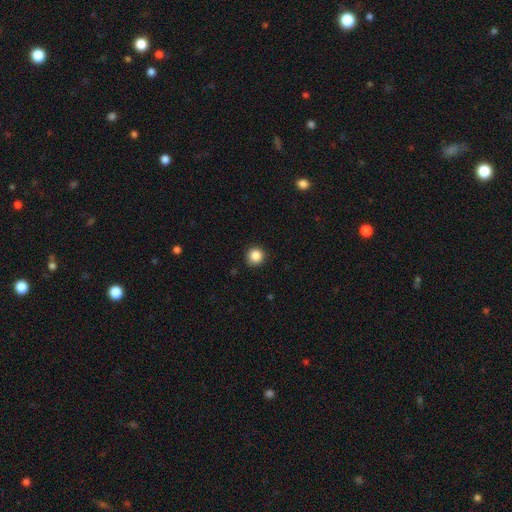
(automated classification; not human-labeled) Smooth or featured: smooth — 86% (star or artifact — 10%)
How rounded: round — 94% (in between — 5%)
Merging: none — 91% (minor disturbance — 7%)